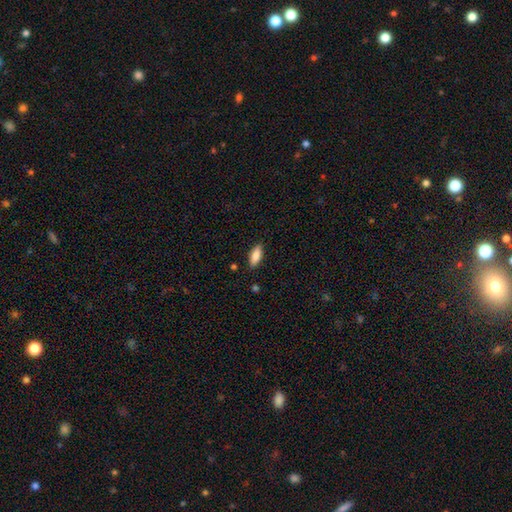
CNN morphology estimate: Smooth or featured? smooth (85%)
How rounded? in between (75%)
Merging? none (86%)